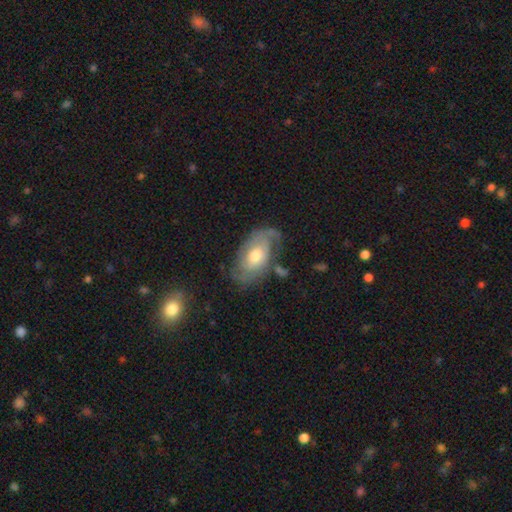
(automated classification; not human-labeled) smooth-or-featured: featured or disk: 72% | smooth: 22% | star or artifact: 6%
  disk-edge-on: no: 95% | yes: 5%
    bar: no: 69% | weak: 26% | strong: 5%
    has-spiral-arms: yes: 87% | no: 13%
      spiral-winding: tight: 42% | medium: 37% | loose: 21%
      spiral-arm-count: 2: 61% | can't tell: 20% | 1: 11% | 3: 4% | 4: 2% | more than 4: 2%
    bulge-size: moderate: 70% | small: 15% | large: 12% | none: 1% | dominant: 1%
  merging: none: 62% | minor disturbance: 22% | major disturbance: 13% | merger: 3%